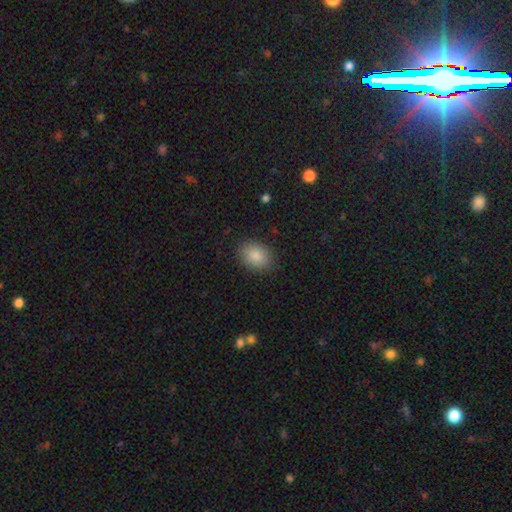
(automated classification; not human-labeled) This is clearly a smooth galaxy (87%). How rounded: likely in between (69%). Merging: clearly none (86%).